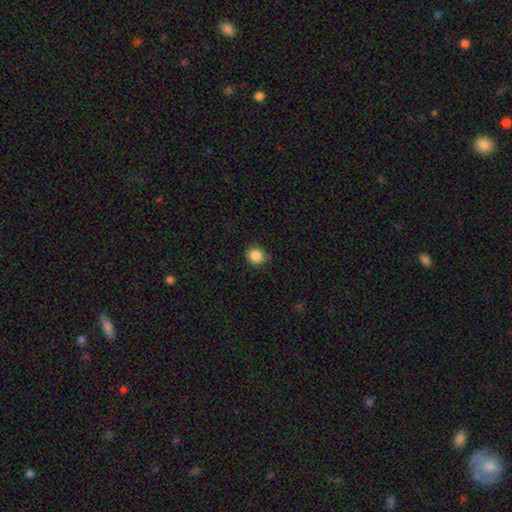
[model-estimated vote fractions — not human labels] Smooth or featured: smooth — 87% (star or artifact — 10%)
How rounded: round — 86% (in between — 13%)
Merging: none — 83% (minor disturbance — 13%)